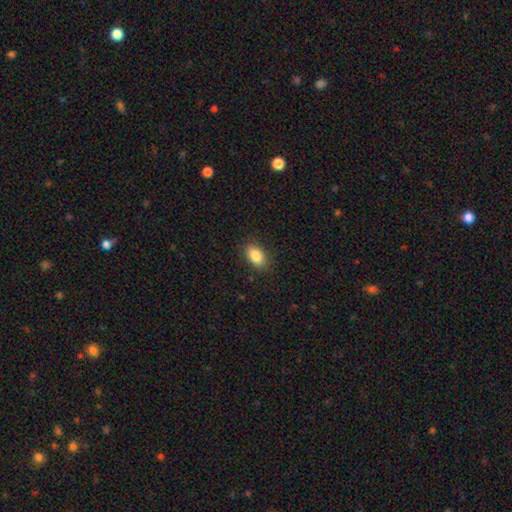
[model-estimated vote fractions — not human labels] Morphology: type=smooth (86%); roundness=in between (90%); merging=none (87%).